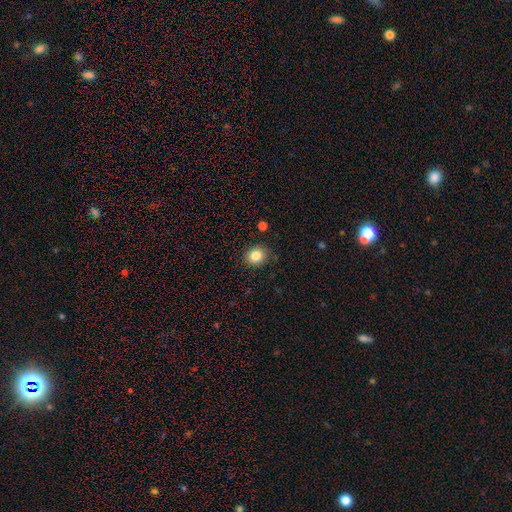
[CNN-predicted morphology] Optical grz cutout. It shows a smooth galaxy with no disk features (84%) that is round (73%). Merging: none (87%).